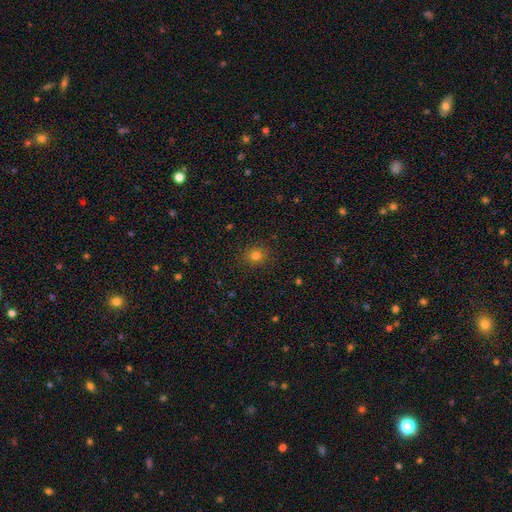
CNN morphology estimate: smooth-or-featured: smooth: 79% | star or artifact: 16% | featured or disk: 6%
  how-rounded: round: 72% | in between: 27% | cigar-shaped: 1%
  merging: none: 88% | minor disturbance: 9% | major disturbance: 3% | merger: 1%